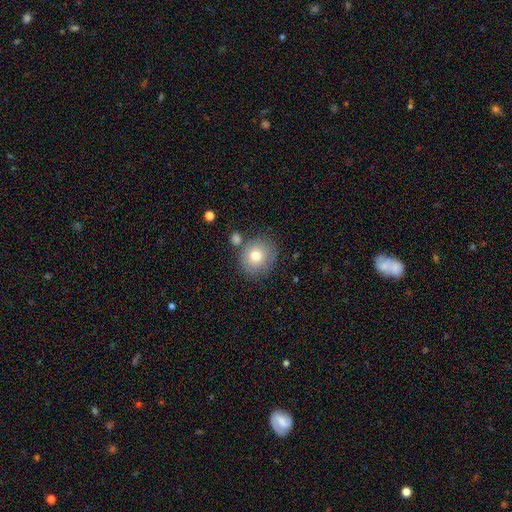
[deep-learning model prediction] Morphology: type=smooth (77%); roundness=round (81%); merging=none (74%).